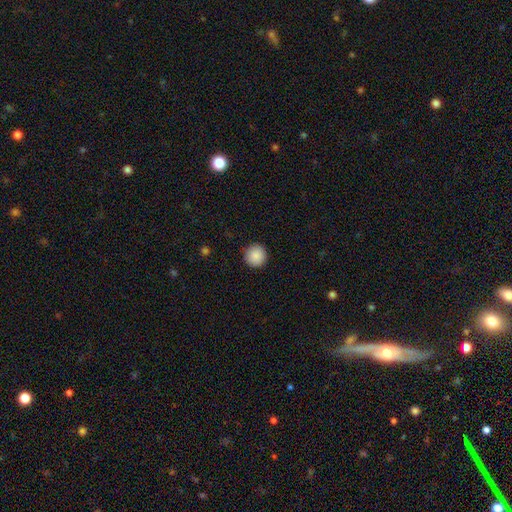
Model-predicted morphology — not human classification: Smooth or featured: smooth — 89% (star or artifact — 8%)
How rounded: round — 95% (in between — 4%)
Merging: none — 92% (minor disturbance — 5%)